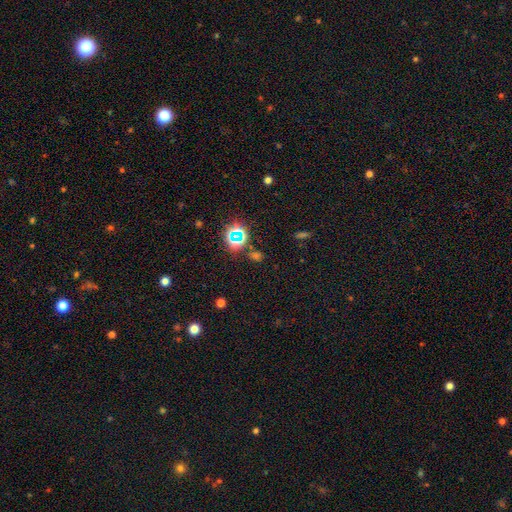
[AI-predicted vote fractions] Morphology: type=star or artifact (60%).